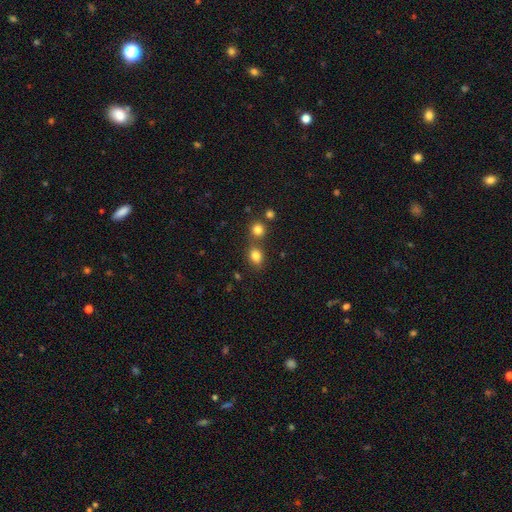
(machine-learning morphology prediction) Q: Smooth or featured?
A: smooth (82%); runner-up: star or artifact (12%)
Q: How rounded?
A: in between (52%); runner-up: round (47%)
Q: Merging?
A: none (64%); runner-up: merger (22%)